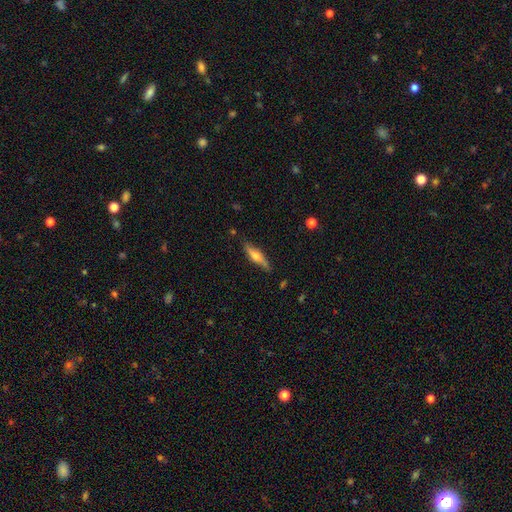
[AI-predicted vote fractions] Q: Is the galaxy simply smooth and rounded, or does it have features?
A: featured or disk — 54%.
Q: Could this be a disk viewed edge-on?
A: yes — 91%.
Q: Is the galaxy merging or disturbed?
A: none — 81%.